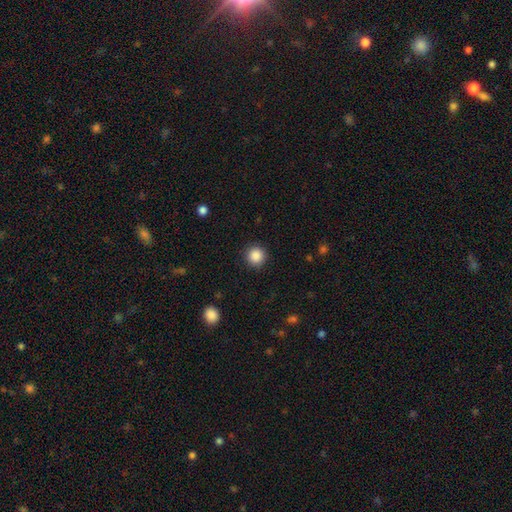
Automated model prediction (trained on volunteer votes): Morphology: type=smooth (88%); roundness=round (95%); merging=none (91%).